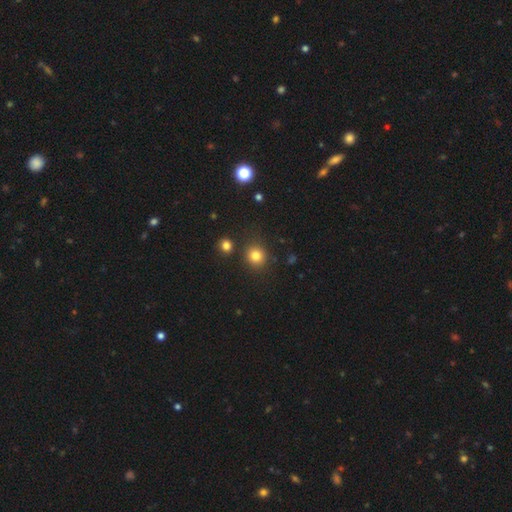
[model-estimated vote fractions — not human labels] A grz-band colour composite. It shows a smooth galaxy with no disk features (81%) that is round (88%). Merging: none (84%).